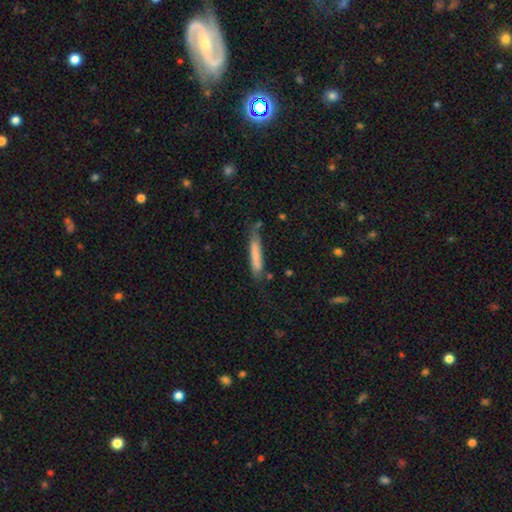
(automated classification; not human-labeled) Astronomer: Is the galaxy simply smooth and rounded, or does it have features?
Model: smooth — 75%.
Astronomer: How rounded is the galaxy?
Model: cigar-shaped — 92%.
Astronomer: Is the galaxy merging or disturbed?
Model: none — 68%.